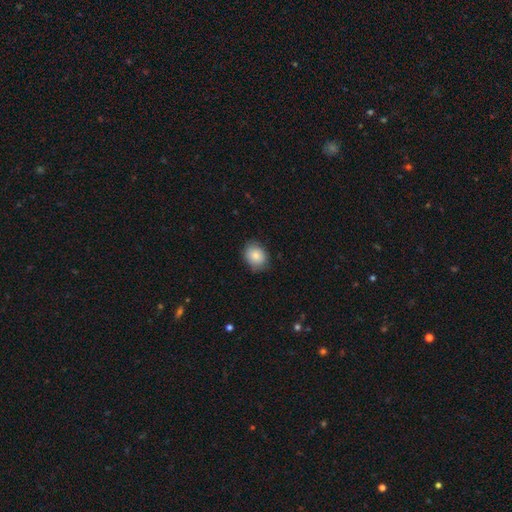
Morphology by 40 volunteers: A smooth galaxy with no disk features (85%) that is in between round and cigar-shaped (59%).

Vote fractions:
- Smooth or featured? smooth: 85% / featured or disk: 15% / star or artifact: 0%
- How rounded? in between: 59% / round: 41% / cigar-shaped: 0%
- Merging? none: 75% / minor disturbance: 25% / major disturbance: 0% / merger: 0%